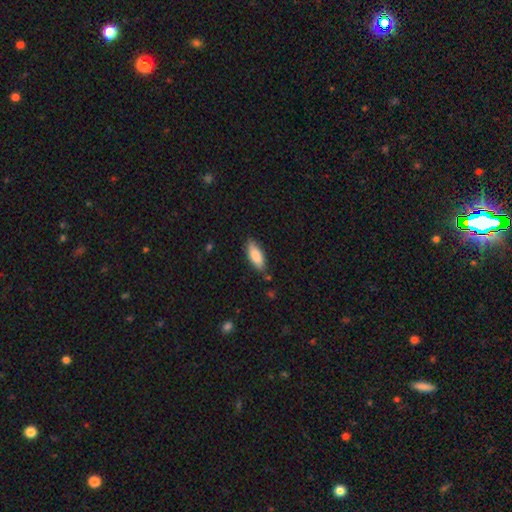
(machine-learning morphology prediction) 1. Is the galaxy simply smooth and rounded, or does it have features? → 86% smooth, 9% featured or disk, 6% star or artifact.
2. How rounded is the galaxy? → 75% in between, 23% cigar-shaped, 2% round.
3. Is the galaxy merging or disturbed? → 79% none, 16% minor disturbance, 3% major disturbance, 2% merger.